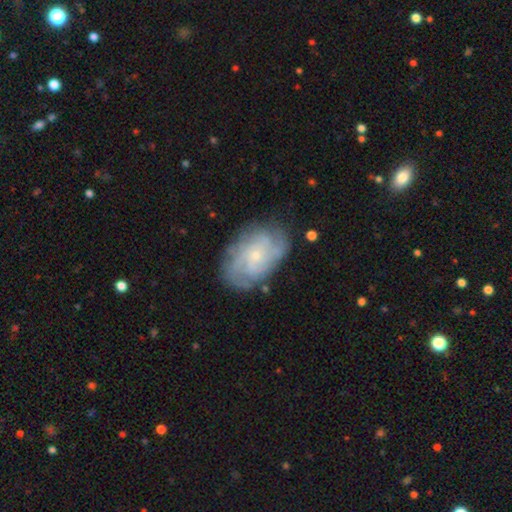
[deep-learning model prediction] Smooth or featured? featured or disk (77%)
Edge-on disk? no (97%)
Bar? no (74%)
Spiral arms? yes (92%)
Spiral winding? tight (56%)
Spiral arm count? can't tell (38%)
Bulge size? small (79%)
Merging? none (74%)